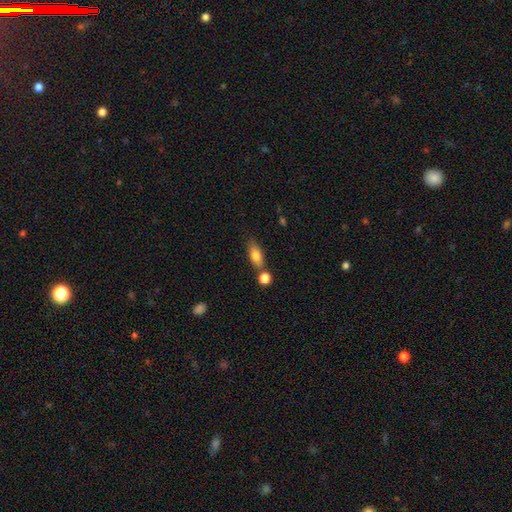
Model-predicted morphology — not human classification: Q: Smooth or featured?
A: smooth (78%); runner-up: featured or disk (14%)
Q: How rounded?
A: in between (73%); runner-up: cigar-shaped (21%)
Q: Merging?
A: none (60%); runner-up: merger (22%)